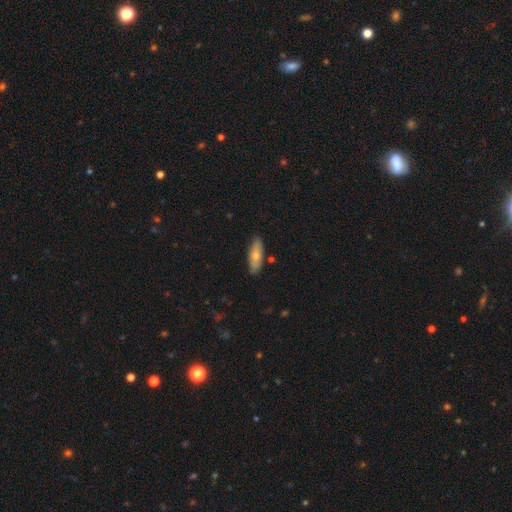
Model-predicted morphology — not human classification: Smooth or featured? Predicted: smooth (p=0.67). How rounded? Predicted: in between (p=0.64). Merging? Predicted: none (p=0.82).